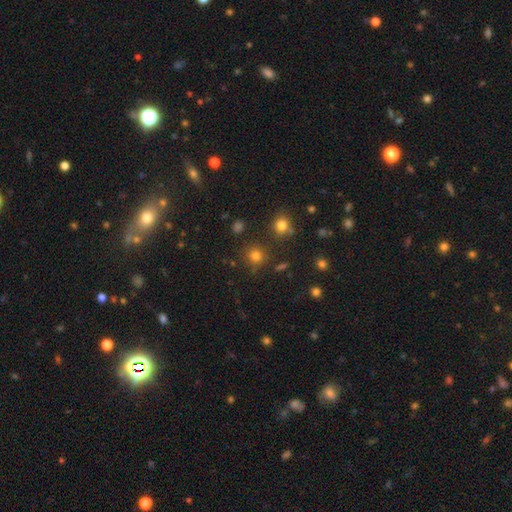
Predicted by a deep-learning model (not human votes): Smooth or featured: smooth — 77% (star or artifact — 17%)
How rounded: round — 90% (in between — 9%)
Merging: none — 82% (minor disturbance — 9%)